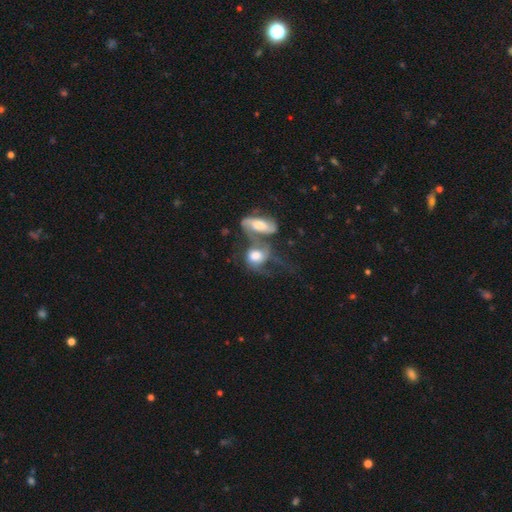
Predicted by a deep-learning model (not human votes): smooth_or_featured: smooth (p=0.46) [tied with: featured or disk p=0.46]
merging: merger (p=0.65) [alt: major disturbance p=0.16]